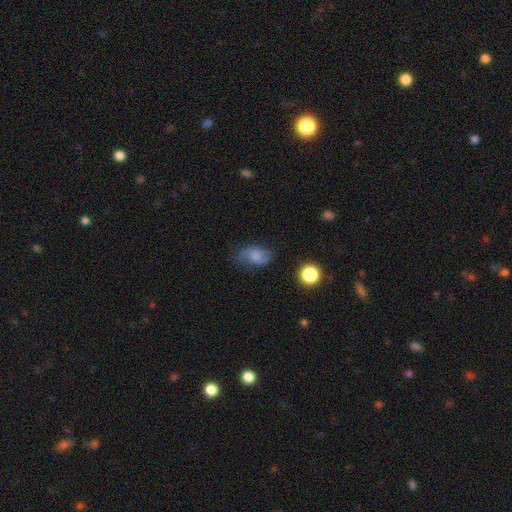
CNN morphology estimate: Smooth or featured? Predicted: smooth (p=0.54). How rounded? Predicted: in between (p=0.82). Merging? Predicted: none (p=0.53).